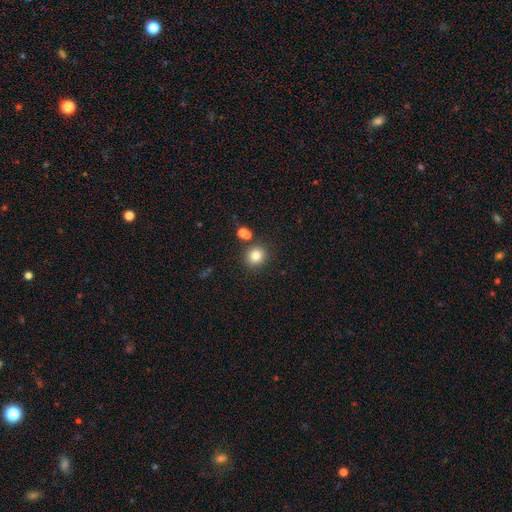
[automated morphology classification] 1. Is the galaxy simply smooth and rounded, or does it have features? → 82% smooth, 12% star or artifact, 7% featured or disk.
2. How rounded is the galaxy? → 85% round, 14% in between, 1% cigar-shaped.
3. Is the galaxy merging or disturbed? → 80% none, 9% merger, 8% minor disturbance, 3% major disturbance.